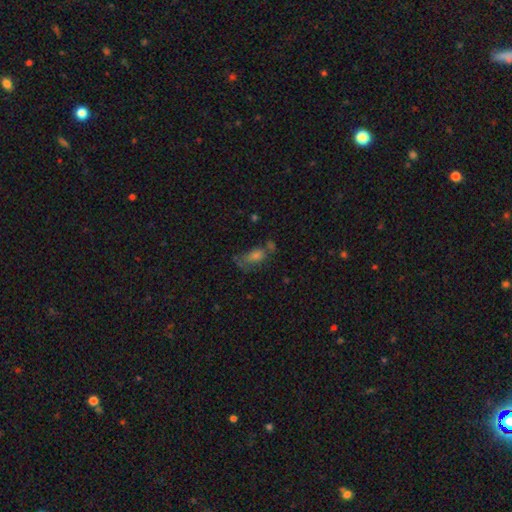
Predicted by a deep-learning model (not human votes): smooth_or_featured: smooth (p=0.53) [alt: star or artifact p=0.24]
how_rounded: in between (p=0.80) [alt: round p=0.12]
merging: none (p=0.36) [alt: major disturbance p=0.24]